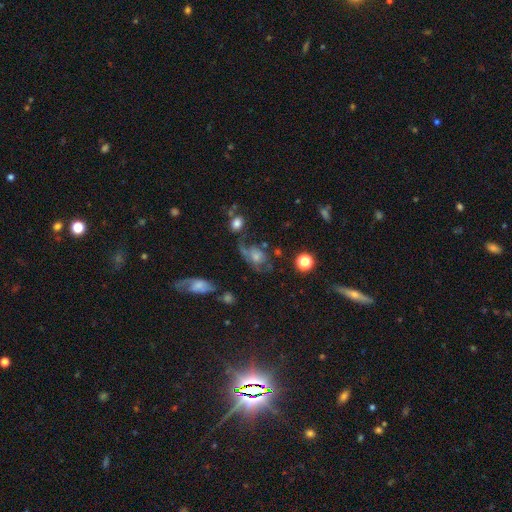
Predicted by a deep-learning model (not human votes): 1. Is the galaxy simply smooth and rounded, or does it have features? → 44% smooth, 41% featured or disk, 15% star or artifact.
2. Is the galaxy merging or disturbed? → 36% major disturbance, 29% none, 23% minor disturbance, 12% merger.